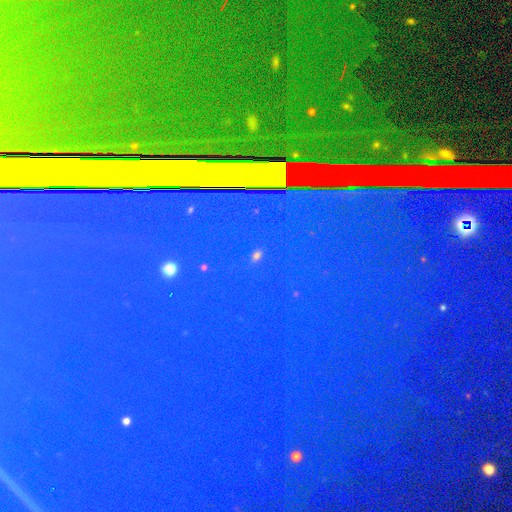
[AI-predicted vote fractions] Smooth or featured: star or artifact — 85% (smooth — 8%)